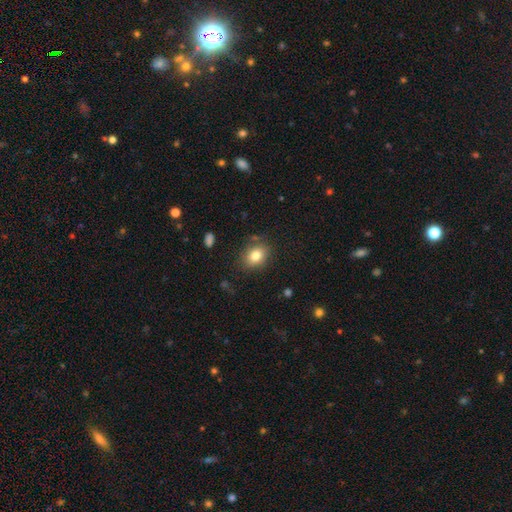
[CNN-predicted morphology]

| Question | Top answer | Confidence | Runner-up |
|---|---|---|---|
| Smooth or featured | smooth | 81% | featured or disk (10%) |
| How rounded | in between | 64% | round (35%) |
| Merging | none | 80% | minor disturbance (14%) |